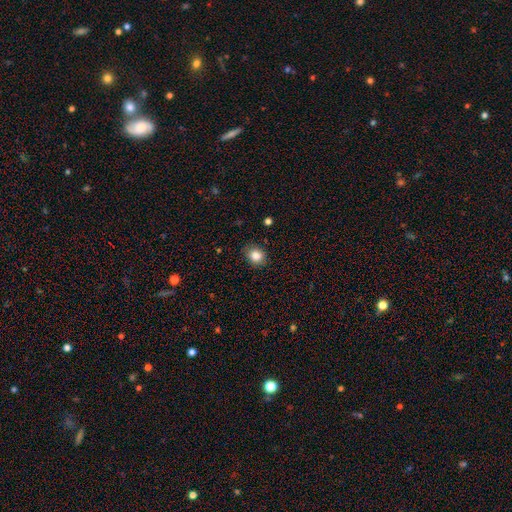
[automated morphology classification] Smooth or featured? smooth (85%)
How rounded? round (64%)
Merging? none (85%)